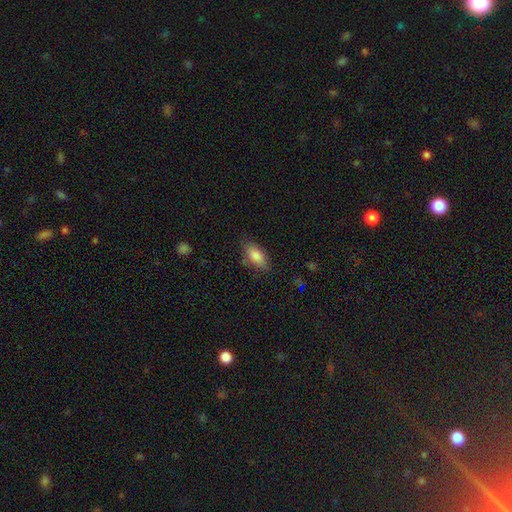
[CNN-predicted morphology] Overall: smooth (82%). How rounded: in between (86%). Merging: none (76%).